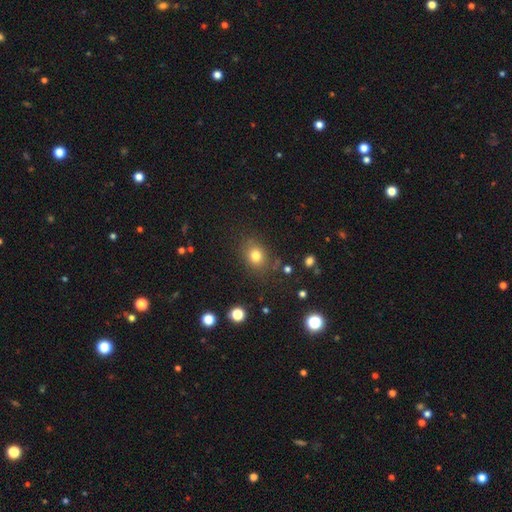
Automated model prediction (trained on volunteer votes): Smooth or featured? Predicted: smooth (p=0.78). How rounded? Predicted: round (p=0.60). Merging? Predicted: none (p=0.80).